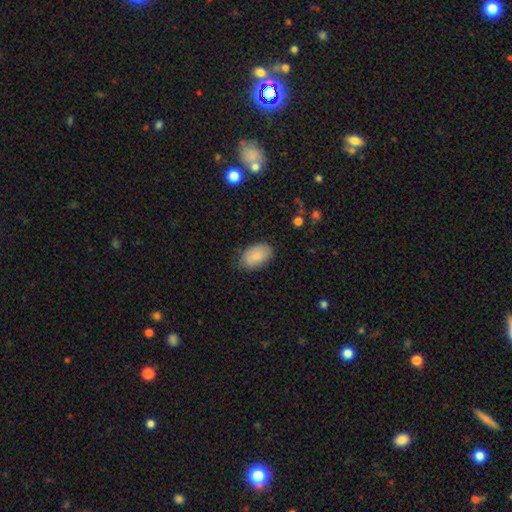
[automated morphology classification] This is clearly a smooth galaxy (86%). How rounded: clearly in between (93%). Merging: likely none (76%).